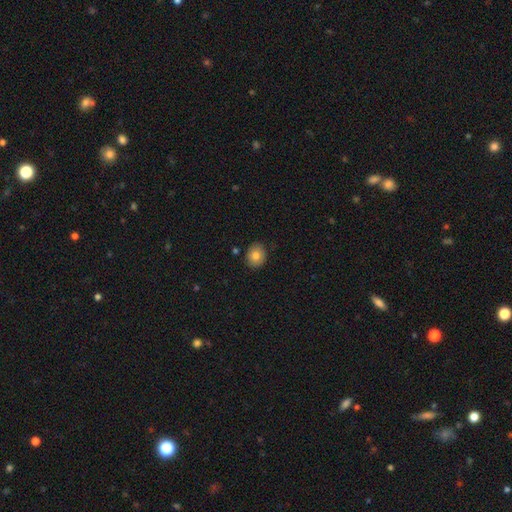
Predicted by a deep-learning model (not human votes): Smooth or featured?
  - smooth: 81% *
  - featured or disk: 10%
  - star or artifact: 9%
How rounded?
  - round: 65% *
  - in between: 34%
  - cigar-shaped: 1%
Merging?
  - none: 87% *
  - minor disturbance: 10%
  - major disturbance: 2%
  - merger: 2%